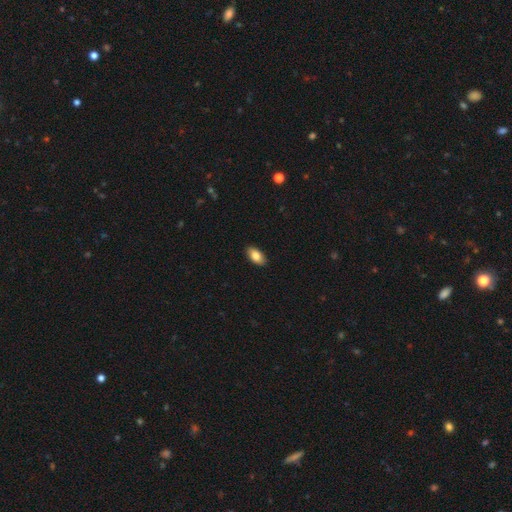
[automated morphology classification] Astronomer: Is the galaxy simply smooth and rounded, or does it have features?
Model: smooth — 85%.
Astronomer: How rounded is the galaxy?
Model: in between — 93%.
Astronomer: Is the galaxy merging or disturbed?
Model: none — 89%.